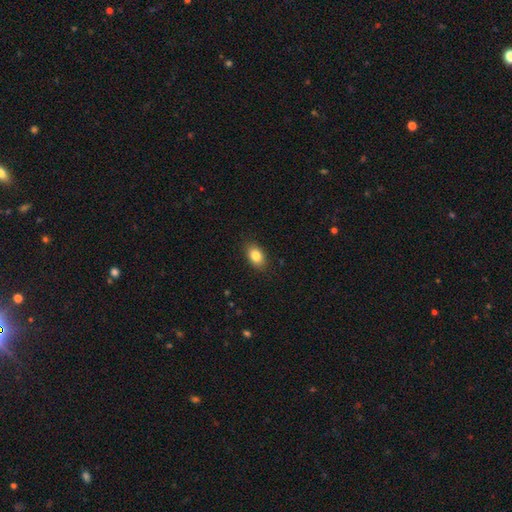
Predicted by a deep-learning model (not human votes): Smooth or featured?
  - smooth: 84% *
  - star or artifact: 8%
  - featured or disk: 8%
How rounded?
  - in between: 85% *
  - round: 13%
  - cigar-shaped: 2%
Merging?
  - none: 88% *
  - minor disturbance: 9%
  - major disturbance: 2%
  - merger: 1%